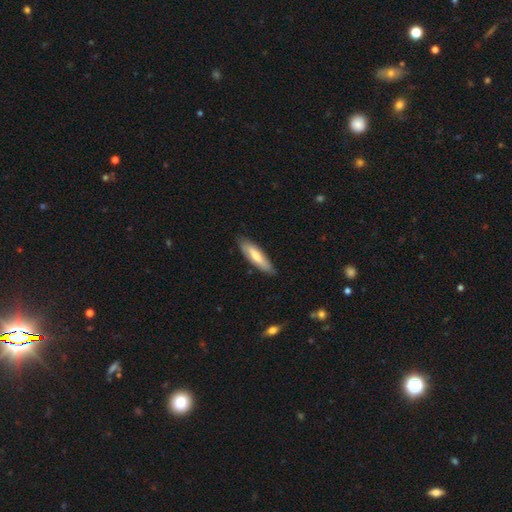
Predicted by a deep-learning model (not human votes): smooth-or-featured: smooth: 63% | featured or disk: 32% | star or artifact: 5%
  how-rounded: cigar-shaped: 63% | in between: 36% | round: 1%
  merging: none: 83% | minor disturbance: 14% | major disturbance: 2% | merger: 1%